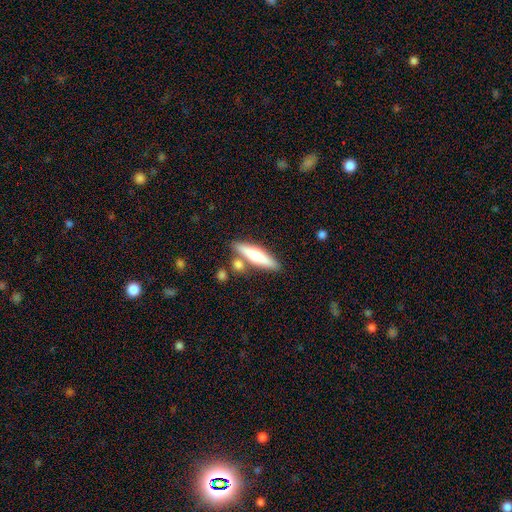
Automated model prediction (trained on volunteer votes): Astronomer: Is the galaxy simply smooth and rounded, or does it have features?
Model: smooth — 56% (runner-up: featured or disk, 38%).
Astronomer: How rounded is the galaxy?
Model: cigar-shaped — 79%.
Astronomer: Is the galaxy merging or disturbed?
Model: none — 73%.